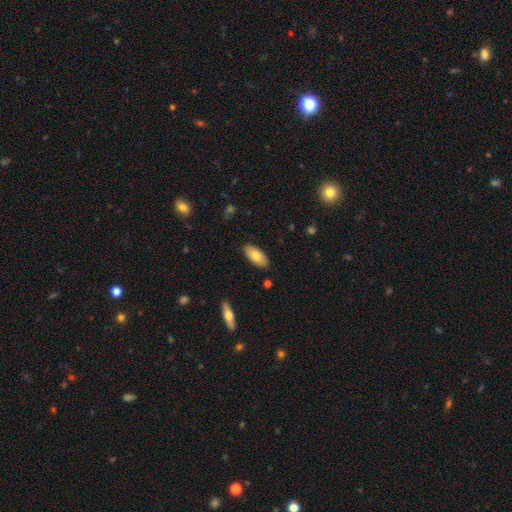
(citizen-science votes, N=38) Smooth or featured: smooth — 82% (featured or disk — 16%)
How rounded: in between — 97% (cigar-shaped — 3%)
Merging: none — 92% (minor disturbance — 8%)